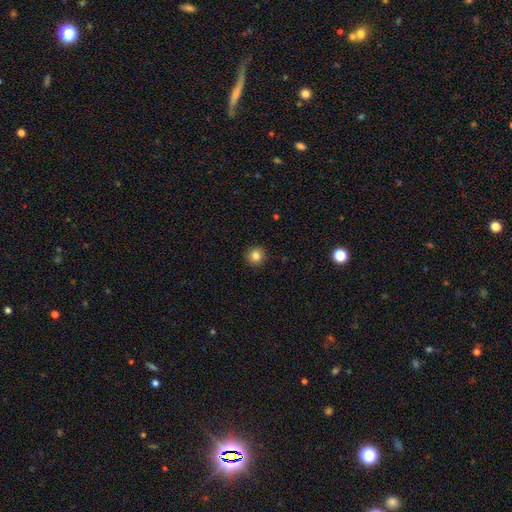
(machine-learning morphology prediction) Smooth or featured? Predicted: smooth (p=0.83). How rounded? Predicted: round (p=0.93). Merging? Predicted: none (p=0.92).